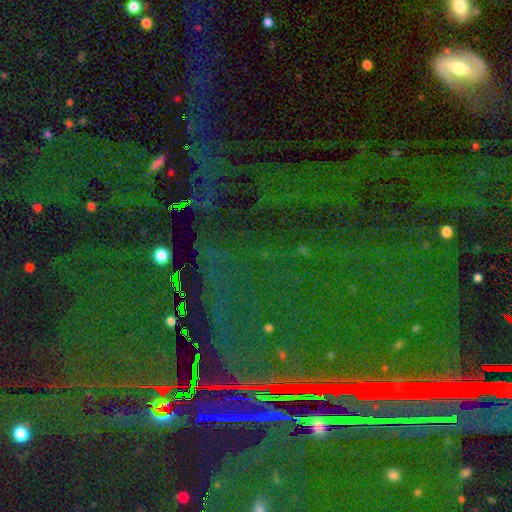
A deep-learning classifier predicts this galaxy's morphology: Smooth or featured?
  - star or artifact: 85% *
  - featured or disk: 8%
  - smooth: 7%